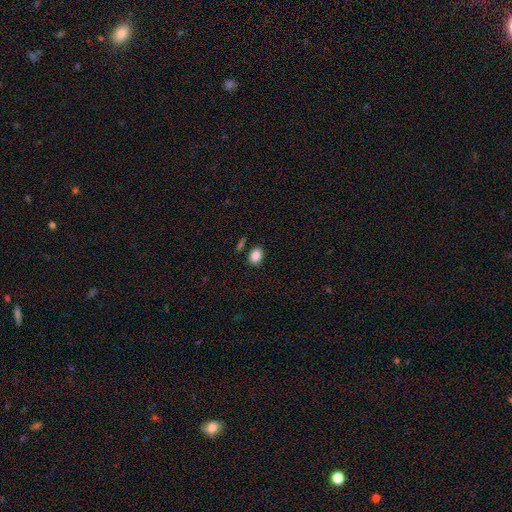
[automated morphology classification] This appears to be a smooth galaxy with no disk features (87%) that is in between round and cigar-shaped (68%). Merging: none (82%).